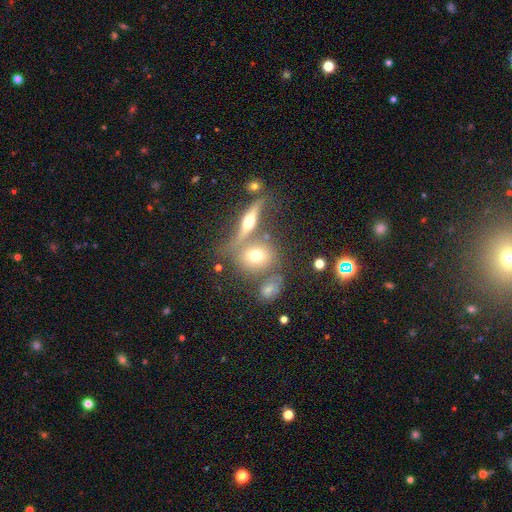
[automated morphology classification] A smooth galaxy with no disk features (60%) that is round (66%). Merging: none (54%).